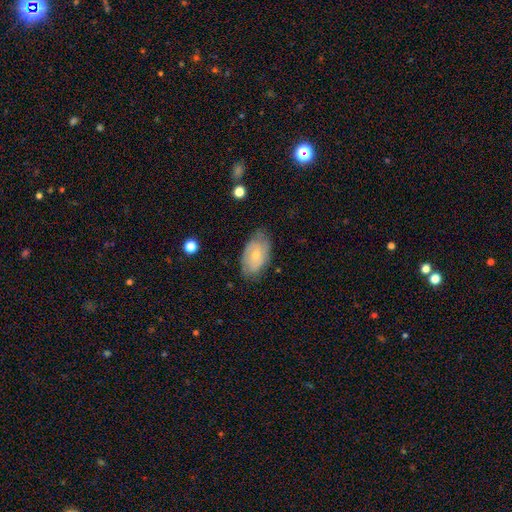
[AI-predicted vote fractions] Smooth or featured? smooth (49%)
Merging? none (69%)